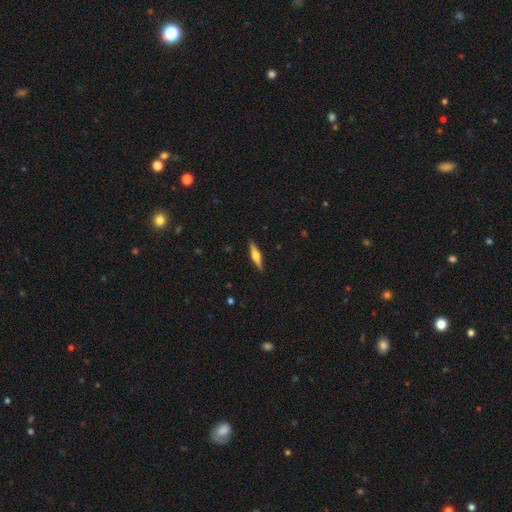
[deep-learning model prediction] Q: Smooth or featured?
A: featured or disk (61%); runner-up: smooth (33%)
Q: Edge-on disk?
A: yes (97%); runner-up: no (3%)
Q: Edge-on bulge?
A: rounded (90%); runner-up: boxy (7%)
Q: Merging?
A: none (90%); runner-up: minor disturbance (7%)